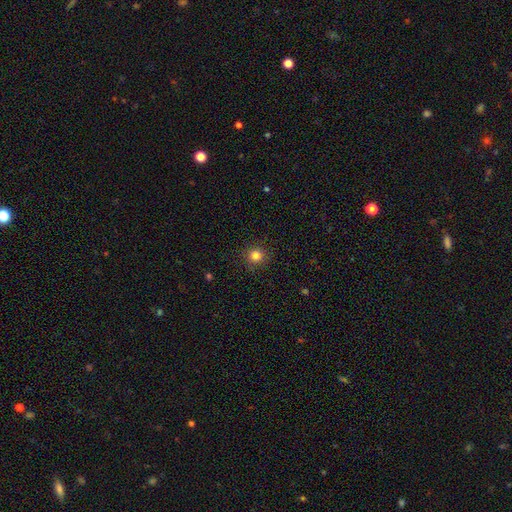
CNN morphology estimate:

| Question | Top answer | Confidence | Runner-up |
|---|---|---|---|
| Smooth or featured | smooth | 82% | star or artifact (13%) |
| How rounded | round | 93% | in between (6%) |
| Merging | none | 89% | minor disturbance (7%) |